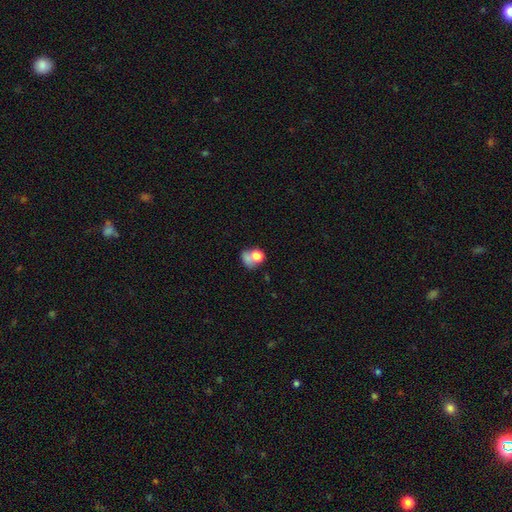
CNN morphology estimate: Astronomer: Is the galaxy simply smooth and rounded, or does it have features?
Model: smooth — 67%.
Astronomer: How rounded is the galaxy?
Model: round — 53% (runner-up: in between, 46%).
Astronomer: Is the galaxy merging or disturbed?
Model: merger — 39% (runner-up: none, 27%).